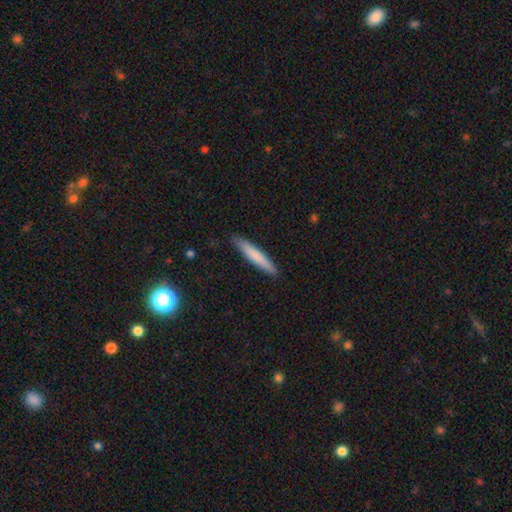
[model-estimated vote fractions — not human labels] Morphology: type=smooth (76%); roundness=cigar-shaped (93%); merging=none (89%).